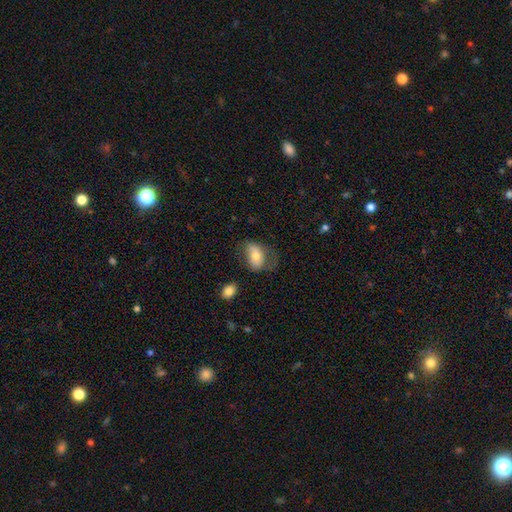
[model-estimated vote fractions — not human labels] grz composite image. It shows a smooth galaxy with no disk features (65%) that is in between round and cigar-shaped (85%). Merging: none (41%).